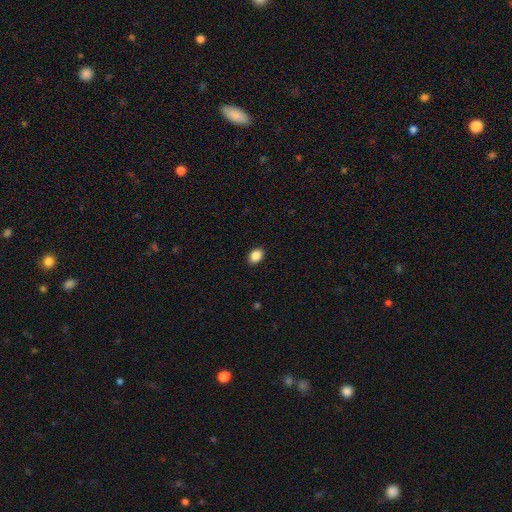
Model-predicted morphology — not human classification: Smooth or featured: smooth — 88% (star or artifact — 8%)
How rounded: in between — 72% (round — 27%)
Merging: none — 91% (minor disturbance — 7%)